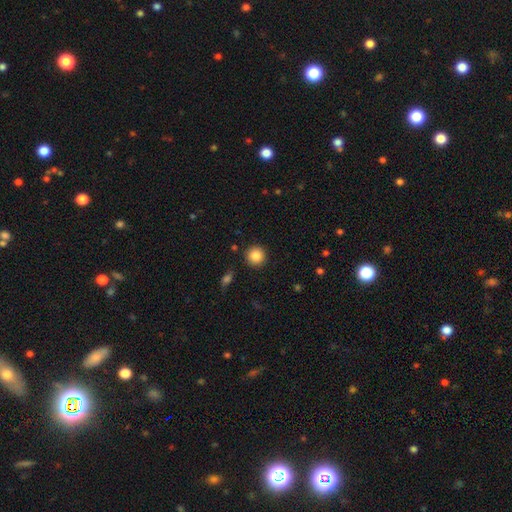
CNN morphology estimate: Overall: smooth (86%). How rounded: round (94%). Merging: none (91%).